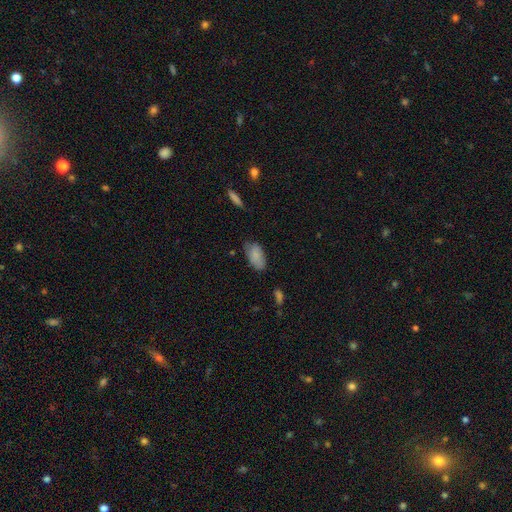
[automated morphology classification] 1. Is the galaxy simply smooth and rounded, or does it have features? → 82% smooth, 11% featured or disk, 7% star or artifact.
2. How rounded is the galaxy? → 94% in between, 3% round, 3% cigar-shaped.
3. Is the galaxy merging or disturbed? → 60% none, 31% minor disturbance, 7% major disturbance, 2% merger.